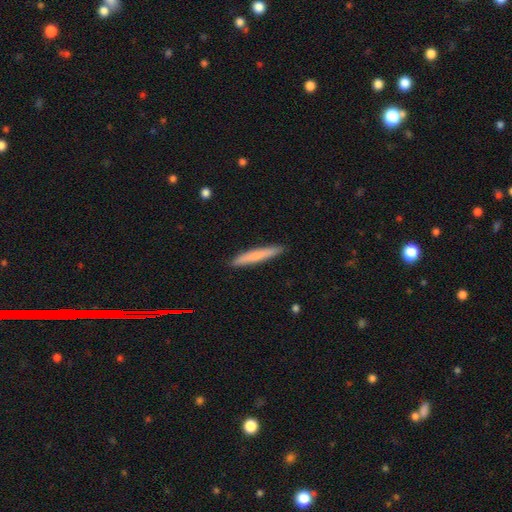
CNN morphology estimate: This appears to be a smooth galaxy with no disk features (75%) that is cigar-shaped (95%). Merging: none (91%).